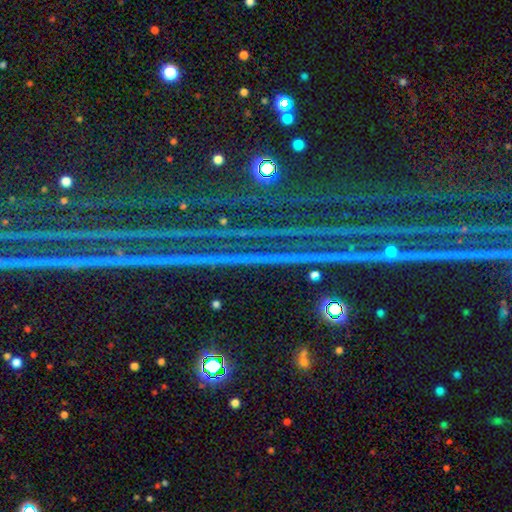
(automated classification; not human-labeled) Overall: star or artifact (85%).